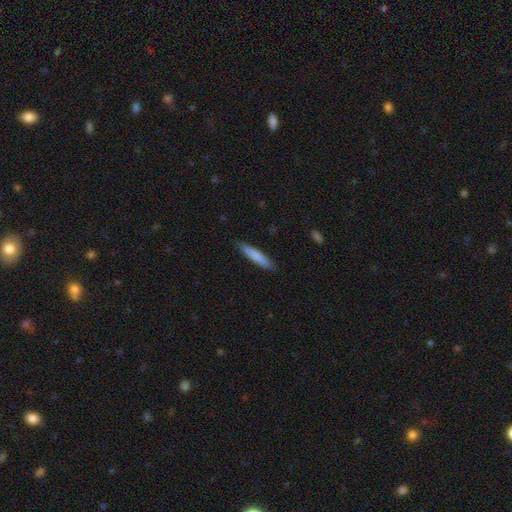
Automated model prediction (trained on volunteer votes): Smooth or featured? smooth (81%)
How rounded? cigar-shaped (88%)
Merging? none (88%)